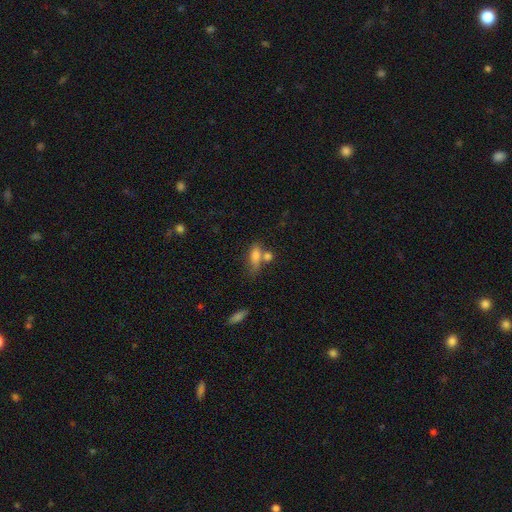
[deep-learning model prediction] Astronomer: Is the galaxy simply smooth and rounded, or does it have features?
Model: smooth — 77%.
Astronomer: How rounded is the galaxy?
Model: in between — 70%.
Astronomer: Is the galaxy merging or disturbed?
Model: none — 41% (runner-up: merger, 33%).